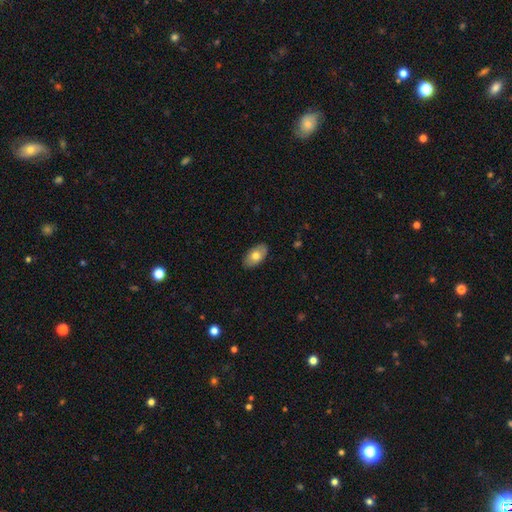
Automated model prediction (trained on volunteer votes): Smooth or featured: smooth — 72% (featured or disk — 22%)
How rounded: in between — 93% (round — 5%)
Merging: none — 87% (minor disturbance — 11%)